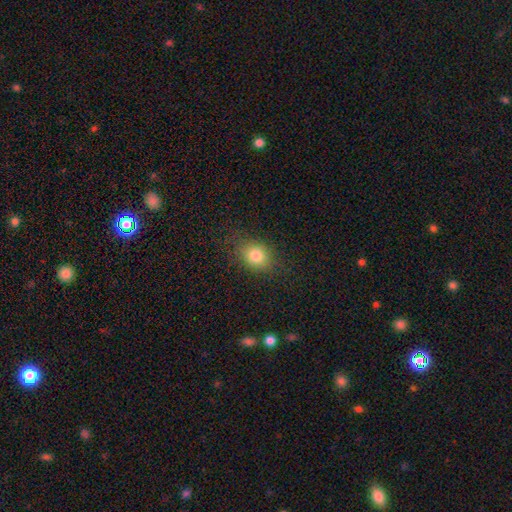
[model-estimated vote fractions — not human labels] Q: Smooth or featured?
A: smooth (80%); runner-up: star or artifact (12%)
Q: How rounded?
A: round (50%); runner-up: in between (49%)
Q: Merging?
A: none (82%); runner-up: minor disturbance (12%)